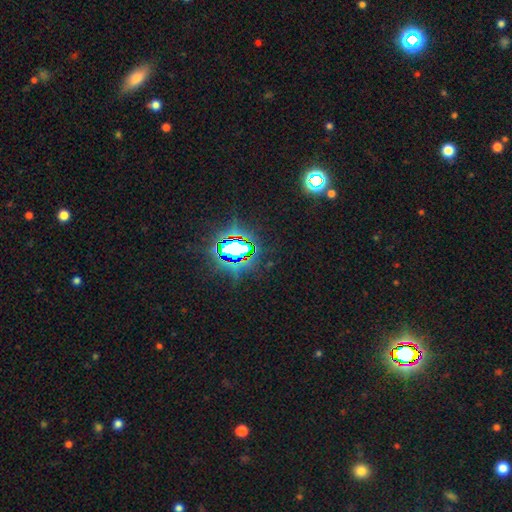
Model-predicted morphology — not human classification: A star or artifact, not a galaxy (83%).

Vote fractions:
- Smooth or featured? star or artifact: 83% / smooth: 10% / featured or disk: 7%